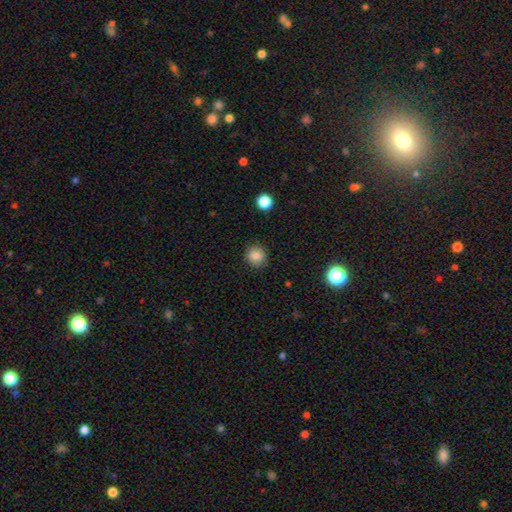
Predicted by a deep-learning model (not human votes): This is clearly a smooth galaxy (85%). How rounded: clearly round (86%). Merging: clearly none (89%).